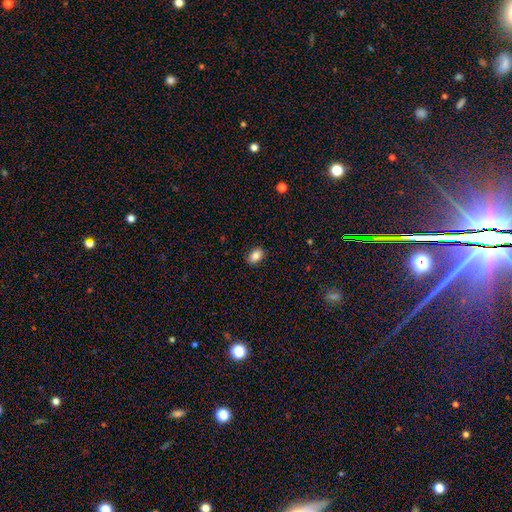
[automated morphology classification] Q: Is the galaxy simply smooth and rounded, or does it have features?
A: smooth — 86%.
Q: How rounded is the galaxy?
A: in between — 84%.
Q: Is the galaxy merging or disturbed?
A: none — 88%.